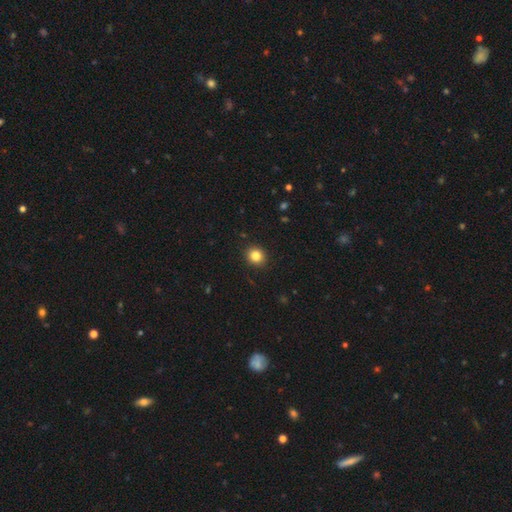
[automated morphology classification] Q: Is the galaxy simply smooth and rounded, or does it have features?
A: smooth — 84%.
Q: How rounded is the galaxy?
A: round — 81%.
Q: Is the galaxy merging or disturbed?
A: none — 91%.